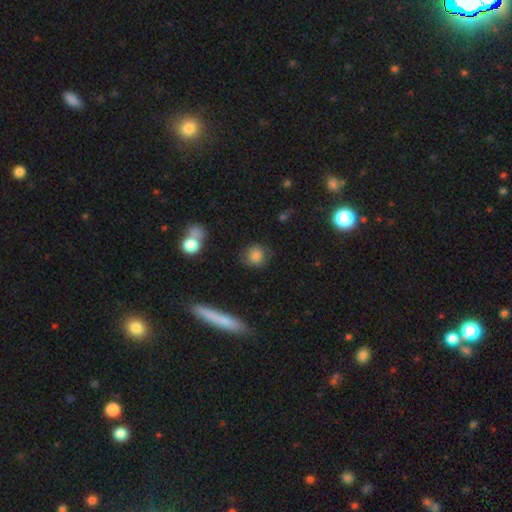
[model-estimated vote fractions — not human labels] Smooth or featured?
  - smooth: 80% *
  - star or artifact: 12%
  - featured or disk: 8%
How rounded?
  - round: 83% *
  - in between: 15%
  - cigar-shaped: 2%
Merging?
  - none: 74% *
  - minor disturbance: 17%
  - major disturbance: 6%
  - merger: 3%